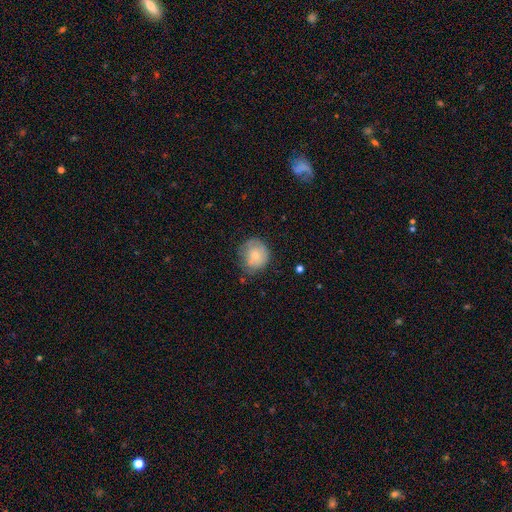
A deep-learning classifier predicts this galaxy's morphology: smooth-or-featured: smooth: 69% | featured or disk: 23% | star or artifact: 8%
  how-rounded: round: 81% | in between: 18% | cigar-shaped: 1%
  merging: none: 60% | minor disturbance: 29% | major disturbance: 10% | merger: 2%